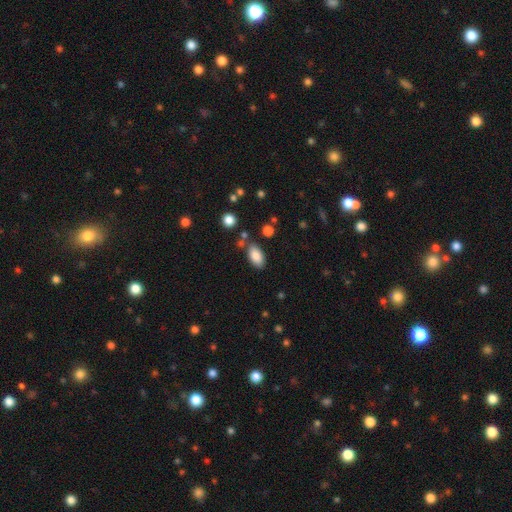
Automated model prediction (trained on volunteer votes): A smooth galaxy with no disk features (85%) that is in between round and cigar-shaped (93%).

Vote fractions:
- Smooth or featured? smooth: 85% / star or artifact: 8% / featured or disk: 7%
- How rounded? in between: 93% / round: 4% / cigar-shaped: 4%
- Merging? none: 77% / minor disturbance: 13% / merger: 6% / major disturbance: 4%